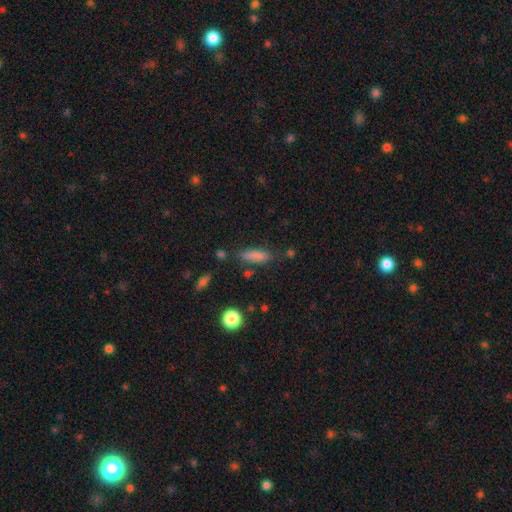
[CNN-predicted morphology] Smooth or featured? Predicted: smooth (p=0.82). How rounded? Predicted: in between (p=0.55). Merging? Predicted: none (p=0.72).